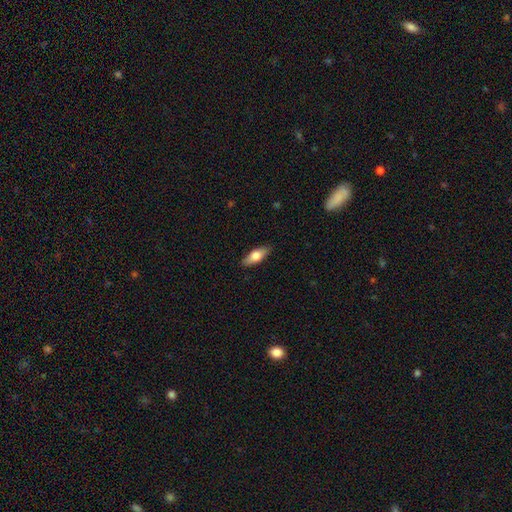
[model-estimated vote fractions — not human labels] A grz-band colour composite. It shows a smooth galaxy with no disk features (67%) that is in between round and cigar-shaped (71%). Merging: none (88%).